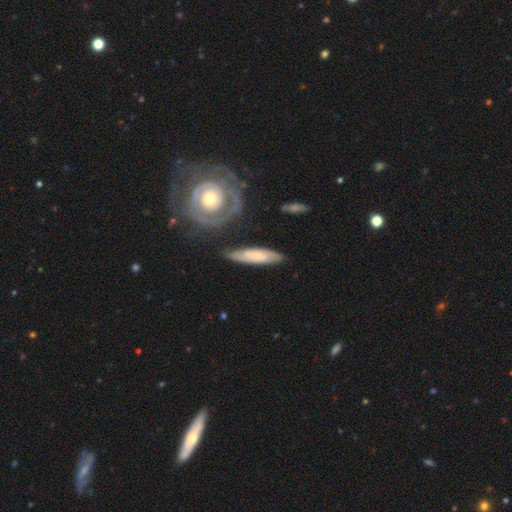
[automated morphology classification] A smooth galaxy with no disk features (51%) that is cigar-shaped (72%).

Vote fractions:
- Smooth or featured? smooth: 51% / featured or disk: 43% / star or artifact: 6%
- How rounded? cigar-shaped: 72% / in between: 25% / round: 3%
- Merging? none: 77% / minor disturbance: 15% / major disturbance: 4% / merger: 4%